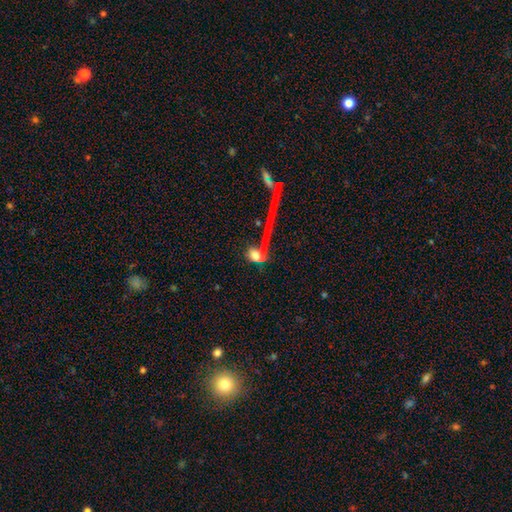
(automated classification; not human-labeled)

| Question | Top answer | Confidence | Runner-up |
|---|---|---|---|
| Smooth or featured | smooth | 54% | featured or disk (28%) |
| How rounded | in between | 61% | round (29%) |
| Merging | none | 33% | major disturbance (29%) |